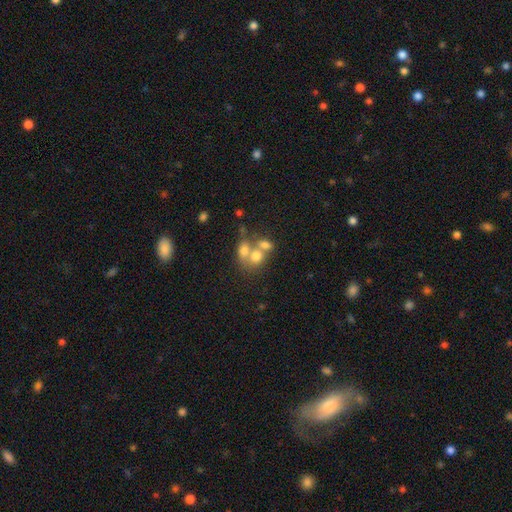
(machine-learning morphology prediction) A smooth galaxy with no disk features (67%) that is round (51%).

Vote fractions:
- Smooth or featured? smooth: 67% / featured or disk: 21% / star or artifact: 12%
- How rounded? round: 51% / in between: 48% / cigar-shaped: 1%
- Merging? merger: 62% / none: 25% / minor disturbance: 7% / major disturbance: 6%